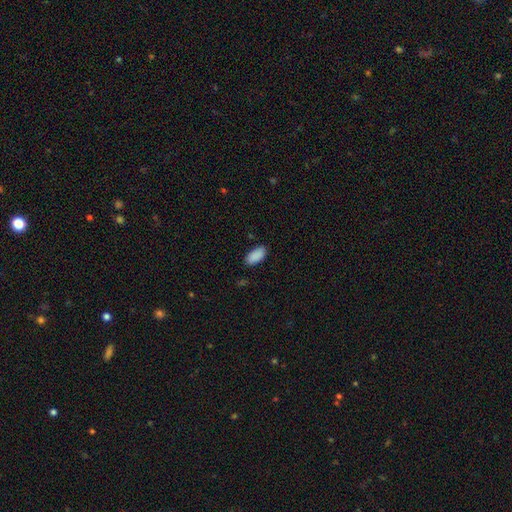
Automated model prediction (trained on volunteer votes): smooth_or_featured: smooth (p=0.90) [alt: star or artifact p=0.07]
how_rounded: in between (p=0.93) [alt: cigar-shaped p=0.04]
merging: none (p=0.84) [alt: minor disturbance p=0.13]